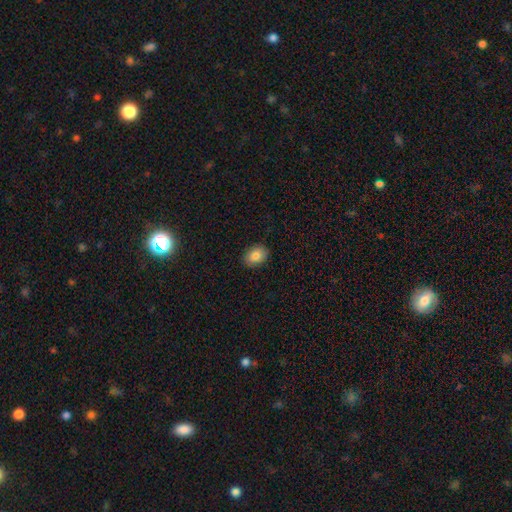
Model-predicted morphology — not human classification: type=smooth (82%); roundness=in between (77%); merging=none (89%).